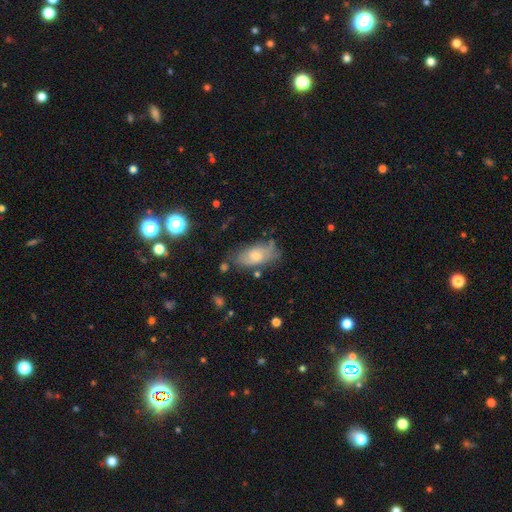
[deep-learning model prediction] Smooth or featured? Predicted: smooth (p=0.60). How rounded? Predicted: in between (p=0.89). Merging? Predicted: none (p=0.64).